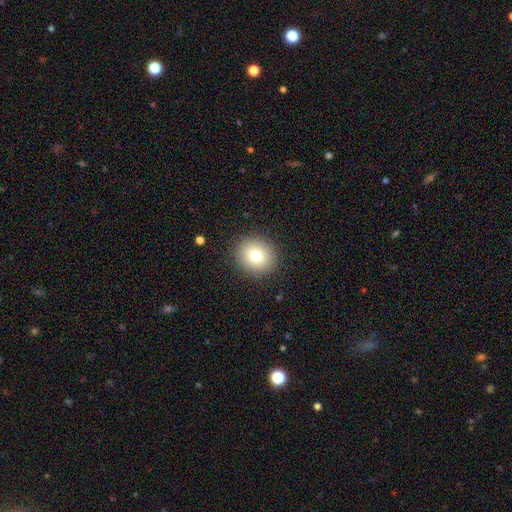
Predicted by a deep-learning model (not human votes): This appears to be a smooth galaxy with no disk features (78%) that is round (77%). Merging: none (90%).